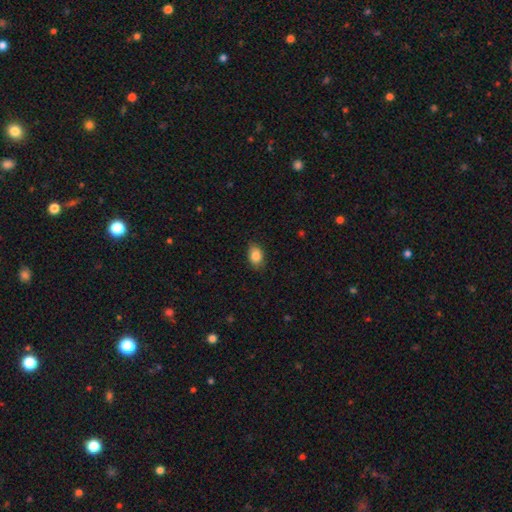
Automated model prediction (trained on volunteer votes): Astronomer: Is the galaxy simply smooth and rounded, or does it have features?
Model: smooth — 86%.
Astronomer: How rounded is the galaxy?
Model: in between — 81%.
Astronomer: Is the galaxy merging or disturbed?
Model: none — 84%.